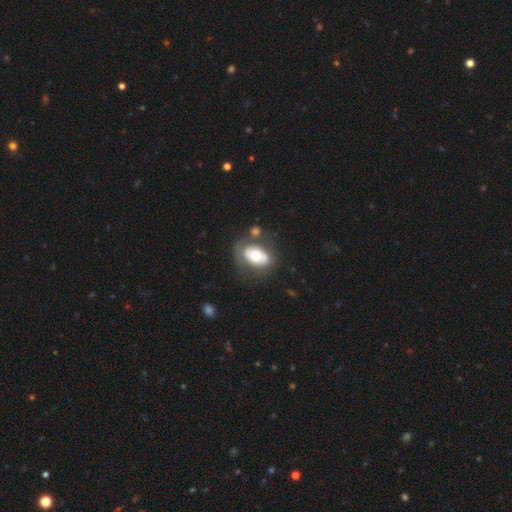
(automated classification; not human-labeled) This appears to be a smooth galaxy with no disk features (50%). Merging: none (56%).